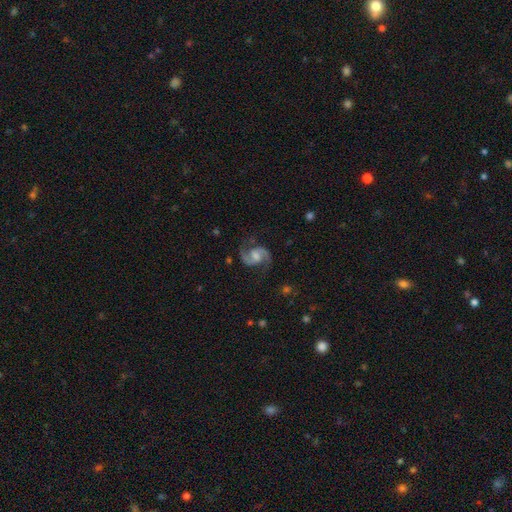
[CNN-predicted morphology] featured or disk 90%, star or artifact 5%, smooth 5%. Down the decision tree: edge-on disk — no (98%); bar — weak (46%); spiral arms — yes (98%); spiral arm count — 2 (94%); spiral winding — medium (57%); bulge size — moderate (43%); merging — none (80%).